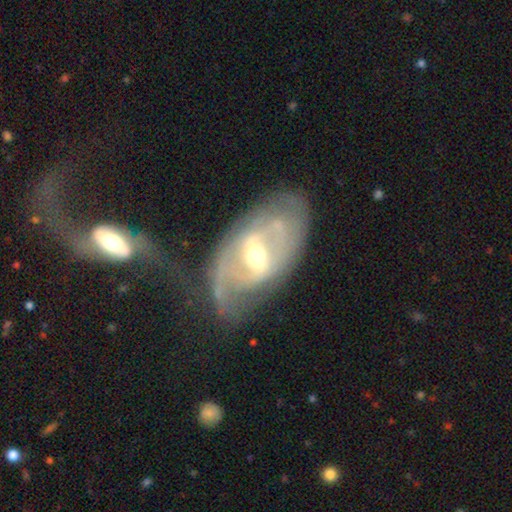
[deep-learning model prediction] A featured or disk galaxy (83%) with a strong bar (51%), 2 (58%) tight (41%) spiral arms (75%) and a moderate central bulge (70%).

Vote fractions:
- Smooth or featured? featured or disk: 83% / smooth: 12% / star or artifact: 5%
- Edge-on disk? no: 92% / yes: 8%
- Bar? strong: 51% / weak: 36% / no: 12%
- Spiral arms? yes: 75% / no: 25%
- Spiral winding? tight: 41% / medium: 34% / loose: 25%
- Spiral arm count? 2: 58% / can't tell: 26% / 1: 7% / 3: 5% / 4: 2% / more than 4: 2%
- Bulge size? moderate: 70% / small: 20% / large: 7% / dominant: 1% / none: 1%
- Merging? none: 63% / minor disturbance: 20% / major disturbance: 14% / merger: 2%